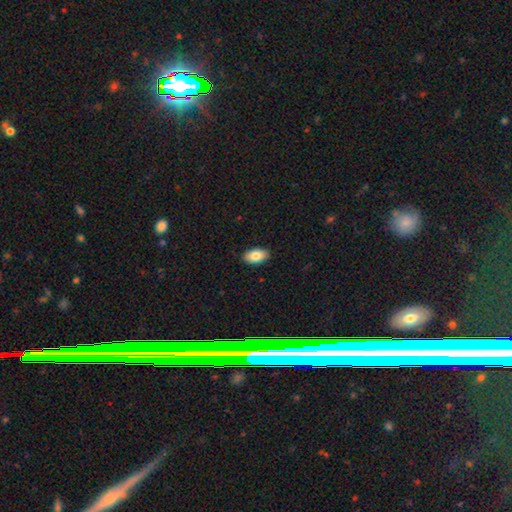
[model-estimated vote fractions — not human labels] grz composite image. It shows a smooth galaxy with no disk features (83%) that is in between round and cigar-shaped (94%). Merging: none (90%).